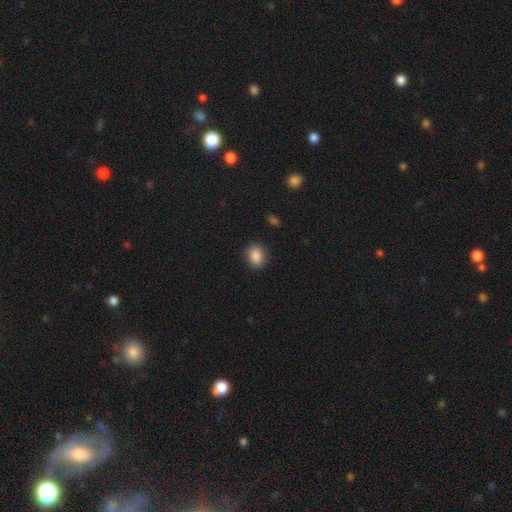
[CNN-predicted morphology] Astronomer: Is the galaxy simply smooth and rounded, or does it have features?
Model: smooth — 87%.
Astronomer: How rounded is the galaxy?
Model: in between — 55% (runner-up: round, 44%).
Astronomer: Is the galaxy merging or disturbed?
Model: none — 87%.